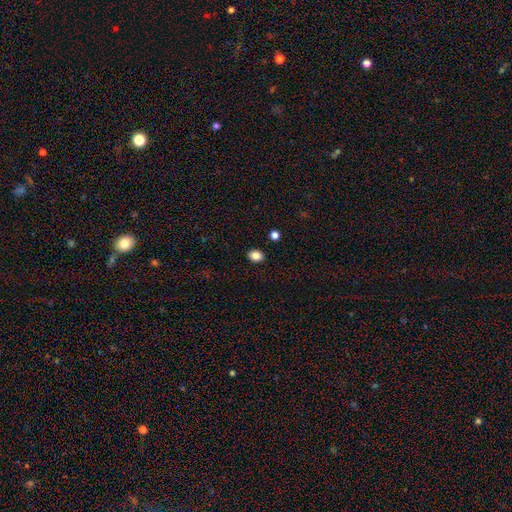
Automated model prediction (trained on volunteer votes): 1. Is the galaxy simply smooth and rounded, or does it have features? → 85% smooth, 10% star or artifact, 5% featured or disk.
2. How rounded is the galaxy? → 57% in between, 42% round, 1% cigar-shaped.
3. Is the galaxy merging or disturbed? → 90% none, 7% minor disturbance, 2% major disturbance, 2% merger.